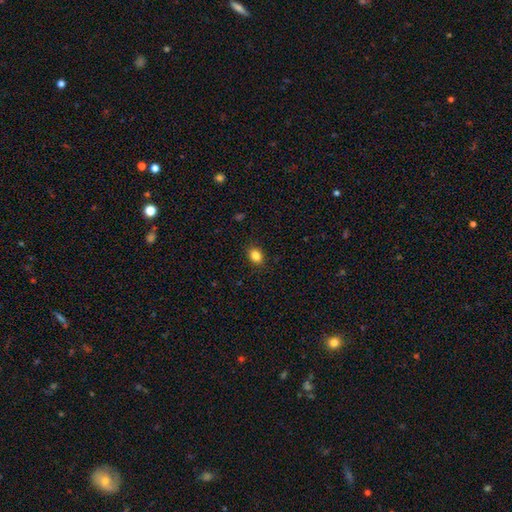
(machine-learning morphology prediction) The model was most divided on "how rounded": in between: 64%, round: 35%, cigar-shaped: 1%. More confident: merging — none (89%); smooth or featured — smooth (85%).